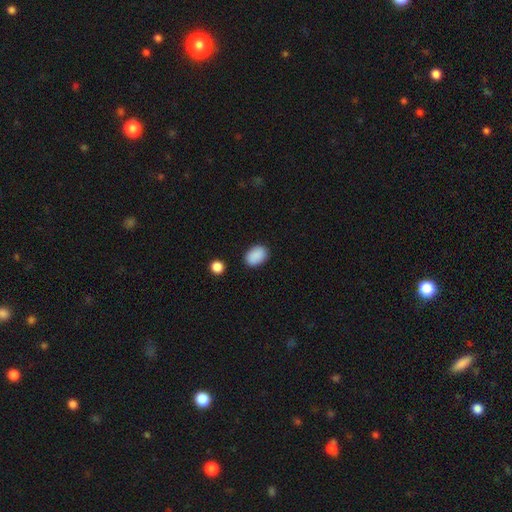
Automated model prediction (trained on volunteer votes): Smooth or featured? Predicted: smooth (p=0.89). How rounded? Predicted: in between (p=0.84). Merging? Predicted: none (p=0.86).